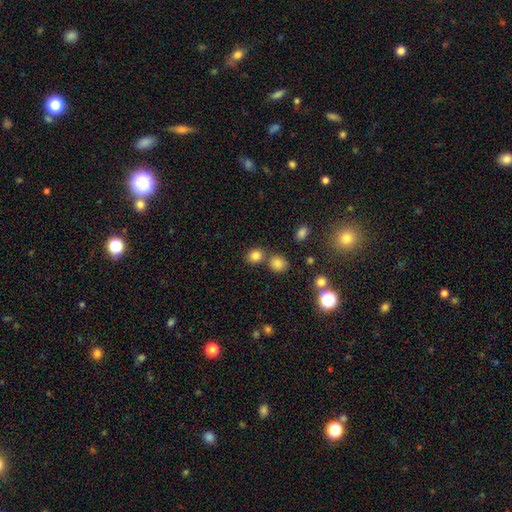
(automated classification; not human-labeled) smooth 82%, star or artifact 13%, featured or disk 6%. Down the decision tree: how rounded — round (79%); merging — none (65%).